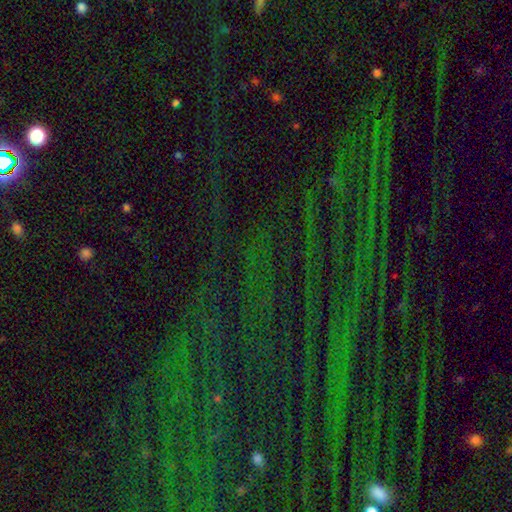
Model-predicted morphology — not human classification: This is clearly a star or artifact rather than a galaxy (81%).